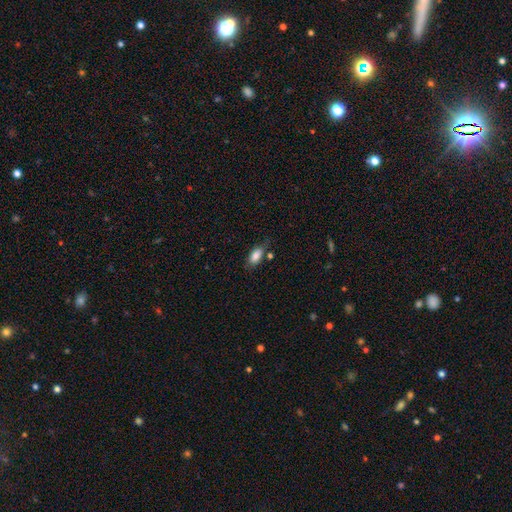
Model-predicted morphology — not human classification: Smooth or featured? Predicted: smooth (p=0.84). How rounded? Predicted: in between (p=0.88). Merging? Predicted: none (p=0.65).